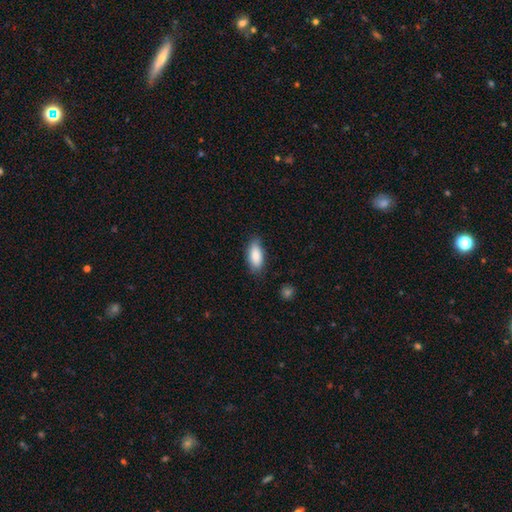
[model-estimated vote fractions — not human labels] This appears to be a smooth galaxy with no disk features (86%) that is in between round and cigar-shaped (85%). Merging: none (76%).